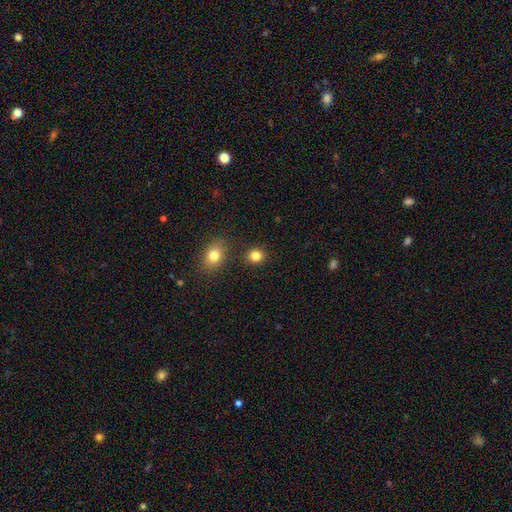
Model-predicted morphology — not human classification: Smooth or featured: smooth — 84% (star or artifact — 11%)
How rounded: round — 72% (in between — 27%)
Merging: none — 86% (minor disturbance — 7%)